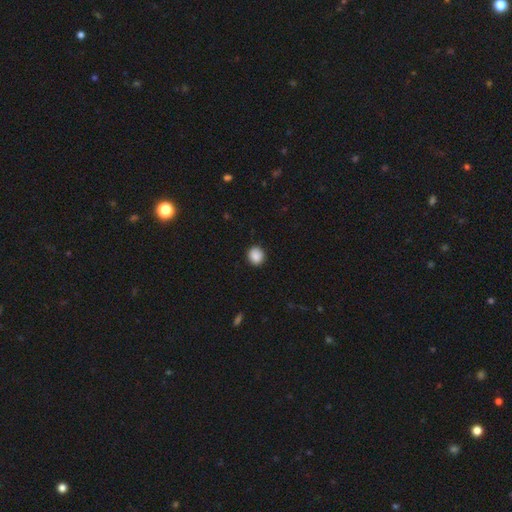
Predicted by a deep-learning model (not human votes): Smooth or featured: smooth — 89% (star or artifact — 8%)
How rounded: round — 83% (in between — 16%)
Merging: none — 90% (minor disturbance — 7%)